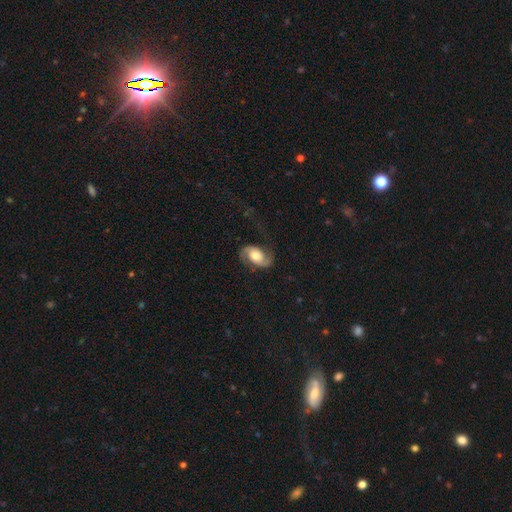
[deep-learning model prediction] Overall: featured or disk (71%). Edge-on disk: no (96%). Bar: no (62%; weak 29%). Spiral arms: yes (93%). Spiral arm count: 2 (88%). Spiral winding: loose (46%; medium 39%). Bulge size: moderate (53%; large 28%). Merging: none (67%).